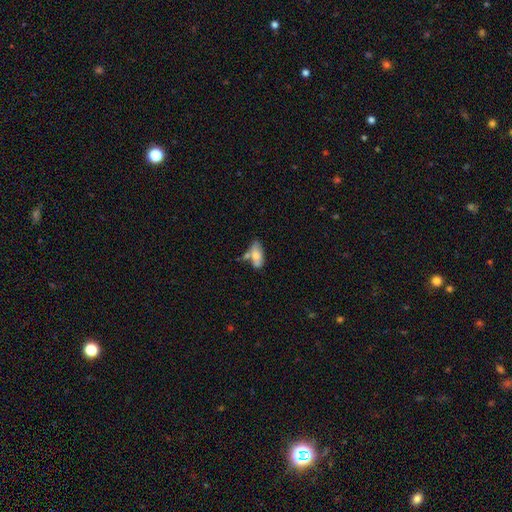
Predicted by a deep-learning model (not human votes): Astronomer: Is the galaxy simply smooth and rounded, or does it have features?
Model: smooth — 69%.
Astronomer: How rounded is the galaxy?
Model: in between — 85%.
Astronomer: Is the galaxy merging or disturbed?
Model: none — 41% (runner-up: merger, 29%).